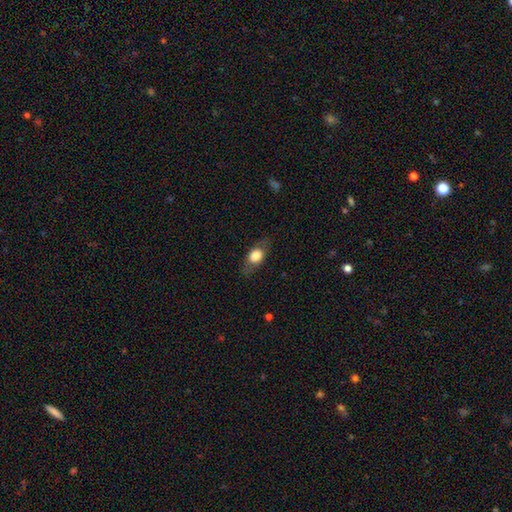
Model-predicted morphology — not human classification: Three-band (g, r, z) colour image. It shows a smooth galaxy with no disk features (67%) that is in between round and cigar-shaped (73%). Merging: none (78%).